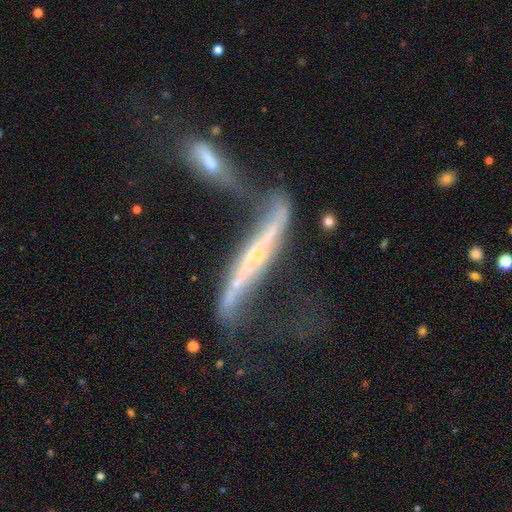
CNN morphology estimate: smooth_or_featured: featured or disk (p=0.81) [alt: smooth p=0.13]
disk_edge_on: yes (p=0.70) [alt: no p=0.30]
edge_on_bulge: rounded (p=0.68) [alt: none p=0.23]
merging: merger (p=0.46) [alt: none p=0.23]